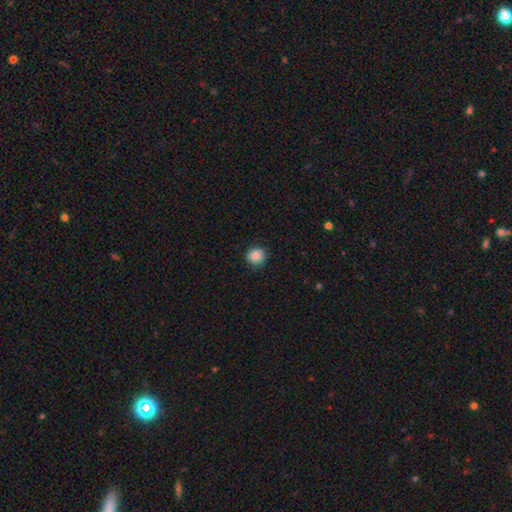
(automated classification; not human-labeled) A smooth galaxy with no disk features (87%) that is round (92%).

Vote fractions:
- Smooth or featured? smooth: 87% / star or artifact: 10% / featured or disk: 3%
- How rounded? round: 92% / in between: 7% / cigar-shaped: 1%
- Merging? none: 89% / minor disturbance: 8% / major disturbance: 2% / merger: 1%